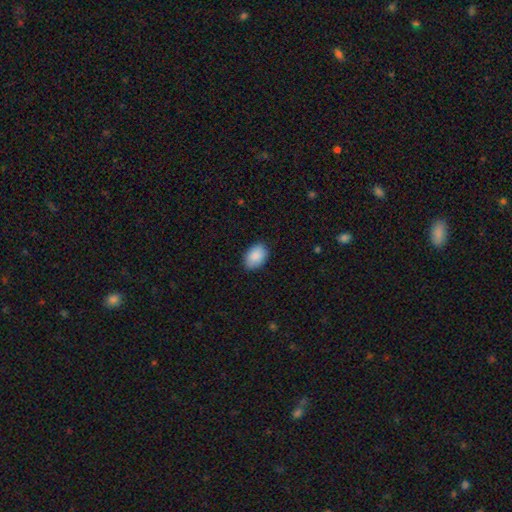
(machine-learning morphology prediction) smooth-or-featured: smooth: 89% | star or artifact: 6% | featured or disk: 4%
  how-rounded: in between: 87% | round: 12% | cigar-shaped: 1%
  merging: none: 86% | minor disturbance: 11% | major disturbance: 2% | merger: 1%